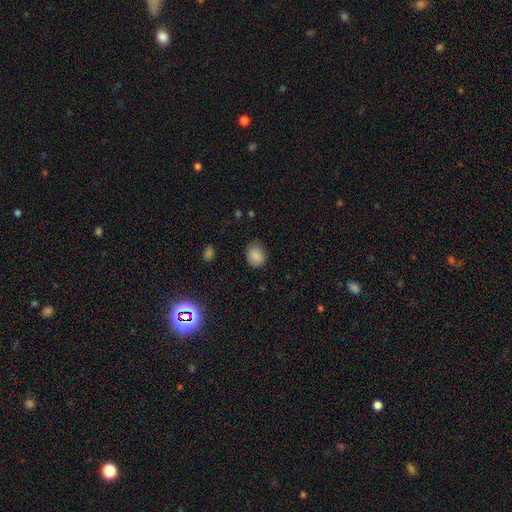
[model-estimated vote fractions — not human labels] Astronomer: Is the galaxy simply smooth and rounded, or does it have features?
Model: smooth — 85%.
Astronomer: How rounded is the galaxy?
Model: round — 58% (runner-up: in between, 41%).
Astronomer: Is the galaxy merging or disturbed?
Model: none — 75%.